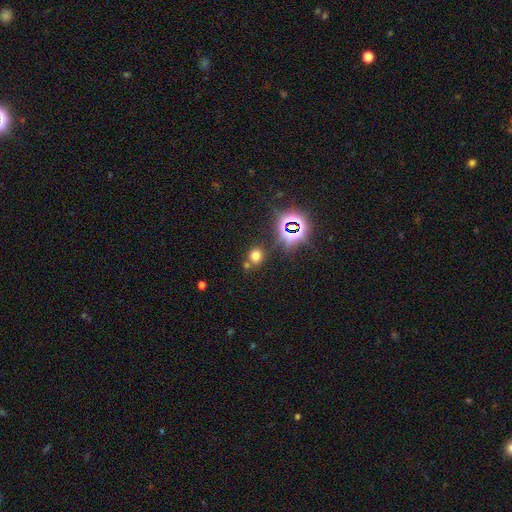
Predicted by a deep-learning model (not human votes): smooth_or_featured: smooth (p=0.62) [alt: star or artifact p=0.30]
how_rounded: round (p=0.76) [alt: in between p=0.23]
merging: none (p=0.70) [alt: merger p=0.14]